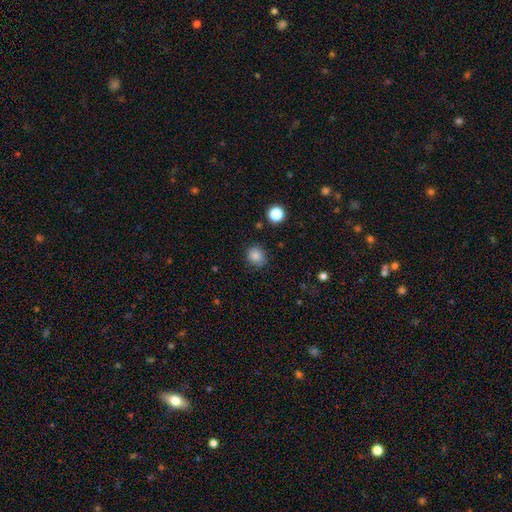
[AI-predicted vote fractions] Overall: smooth (85%). How rounded: round (82%). Merging: none (82%).